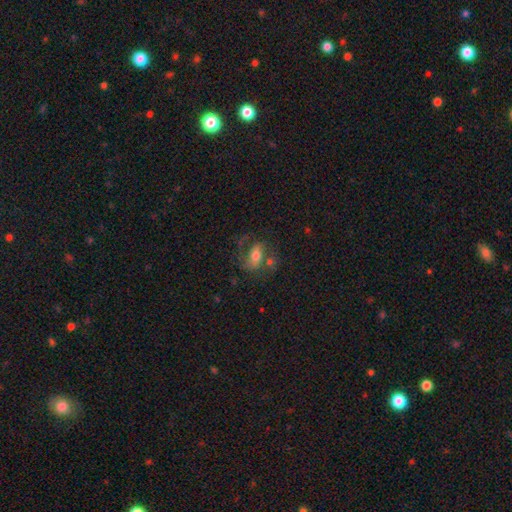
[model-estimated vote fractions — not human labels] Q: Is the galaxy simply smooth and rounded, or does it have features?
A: featured or disk — 48%.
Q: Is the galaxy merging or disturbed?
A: none — 49%.